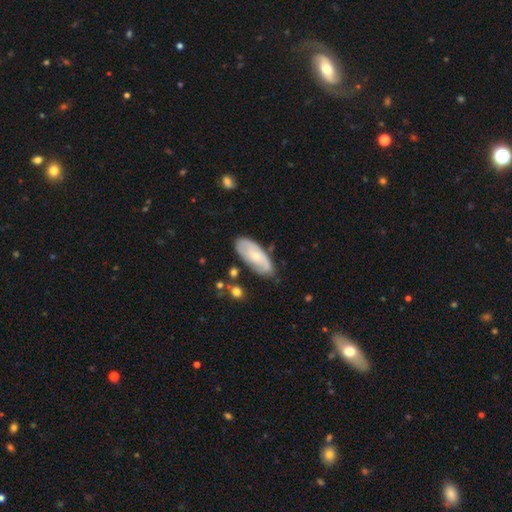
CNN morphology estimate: type=featured or disk (48%); merging=none (71%).